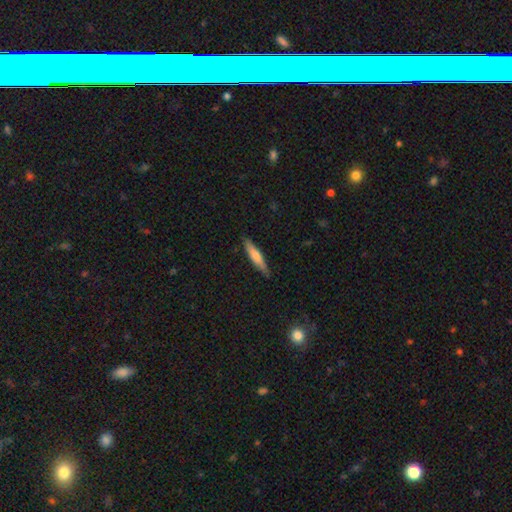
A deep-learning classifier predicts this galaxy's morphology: smooth-or-featured: smooth: 62% | featured or disk: 32% | star or artifact: 5%
  how-rounded: cigar-shaped: 86% | in between: 13% | round: 1%
  merging: none: 86% | minor disturbance: 11% | major disturbance: 2% | merger: 1%